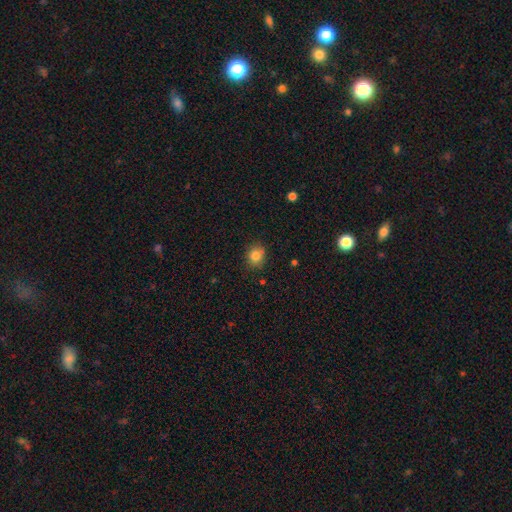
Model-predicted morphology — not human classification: A smooth galaxy with no disk features (83%) that is round (76%). Merging: none (84%).